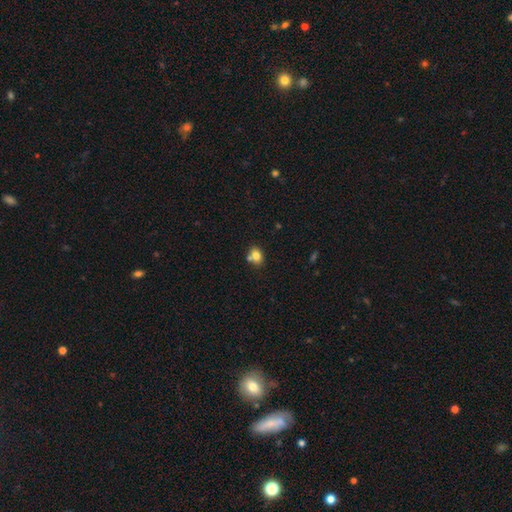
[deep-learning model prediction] This appears to be a smooth galaxy with no disk features (79%) that is in between round and cigar-shaped (59%). Merging: none (58%).